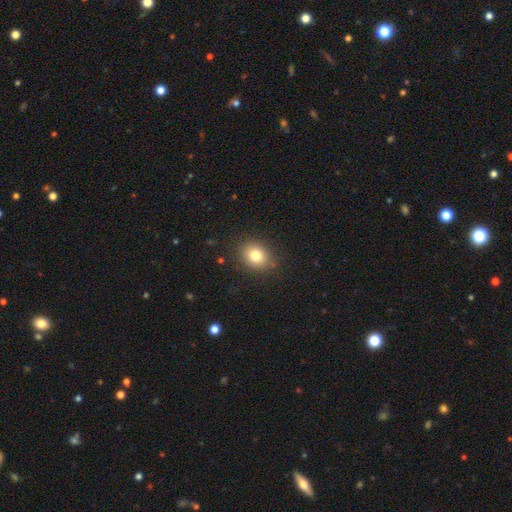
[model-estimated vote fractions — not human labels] Q: Smooth or featured?
A: smooth (80%); runner-up: star or artifact (11%)
Q: How rounded?
A: round (53%); runner-up: in between (46%)
Q: Merging?
A: none (86%); runner-up: minor disturbance (9%)